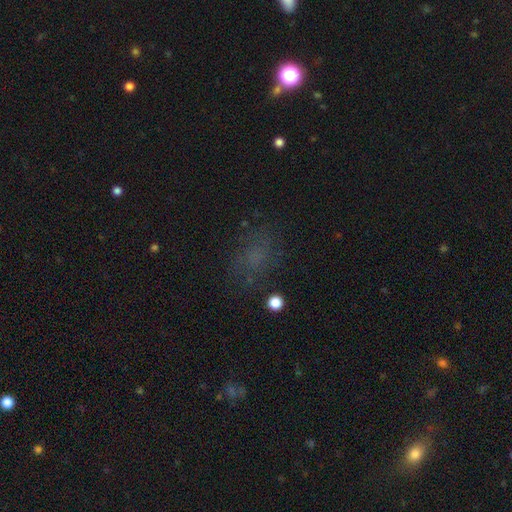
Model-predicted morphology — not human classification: This is possibly a smooth galaxy (54%). How rounded: likely in between (63%). Merging: likely none (66%).